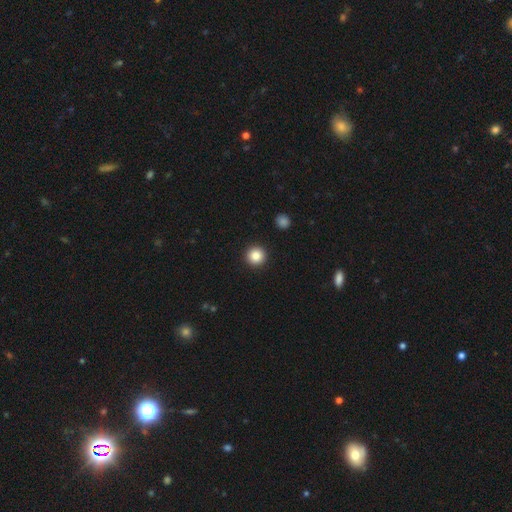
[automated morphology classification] This is clearly a smooth galaxy (86%). How rounded: clearly round (96%). Merging: clearly none (93%).